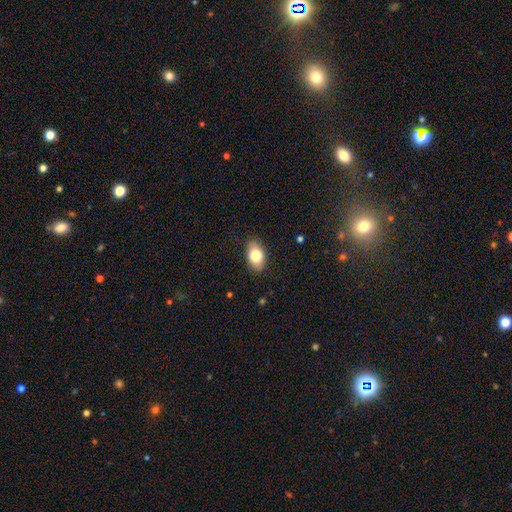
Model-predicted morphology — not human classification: smooth_or_featured: smooth (p=0.81) [alt: featured or disk p=0.11]
how_rounded: in between (p=0.87) [alt: round p=0.11]
merging: none (p=0.85) [alt: minor disturbance p=0.12]